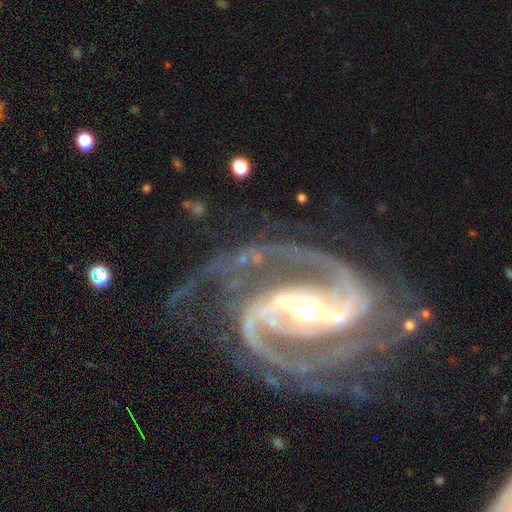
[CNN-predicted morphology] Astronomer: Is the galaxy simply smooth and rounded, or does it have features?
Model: featured or disk — 94%.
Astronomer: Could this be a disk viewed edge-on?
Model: no — 98%.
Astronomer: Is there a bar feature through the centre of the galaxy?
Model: strong — 69%.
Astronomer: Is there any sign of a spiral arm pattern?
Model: yes — 99%.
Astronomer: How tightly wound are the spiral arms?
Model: medium — 59%.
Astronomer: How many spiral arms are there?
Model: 2 — 82%.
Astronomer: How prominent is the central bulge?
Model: moderate — 58%.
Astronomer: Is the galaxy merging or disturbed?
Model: none — 65%.